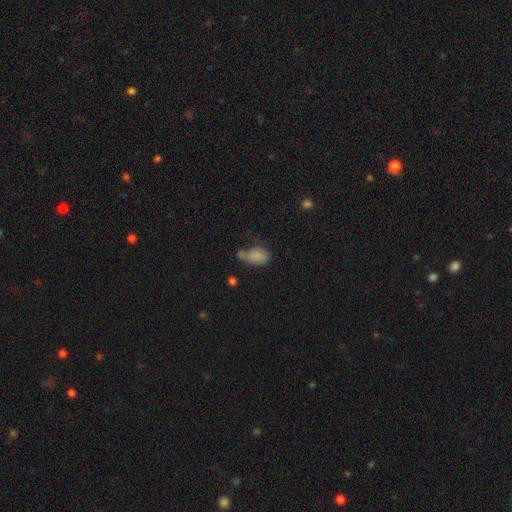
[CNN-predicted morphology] smooth 78%, featured or disk 12%, star or artifact 10%. Down the decision tree: how rounded — in between (86%); merging — none (34%).